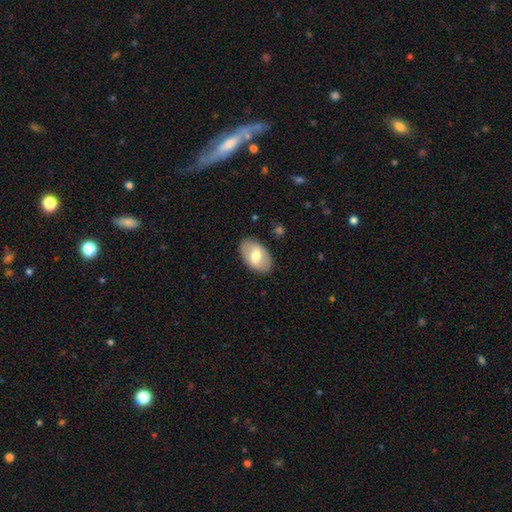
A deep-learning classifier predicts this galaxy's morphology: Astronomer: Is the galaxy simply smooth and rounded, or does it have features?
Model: smooth — 62%.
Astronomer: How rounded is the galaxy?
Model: in between — 92%.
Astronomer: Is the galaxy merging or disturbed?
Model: none — 86%.